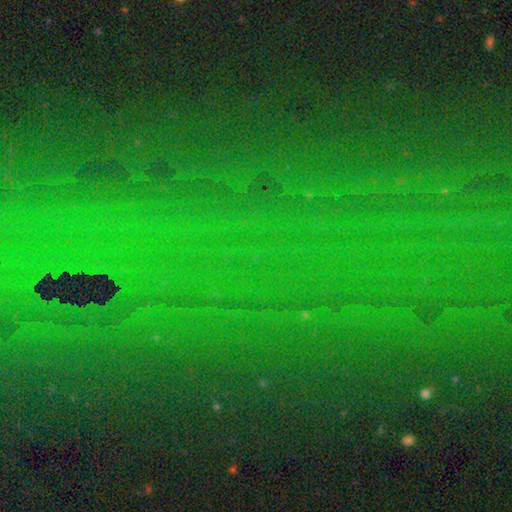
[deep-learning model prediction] smooth_or_featured: star or artifact (p=0.80) [alt: smooth p=0.12]